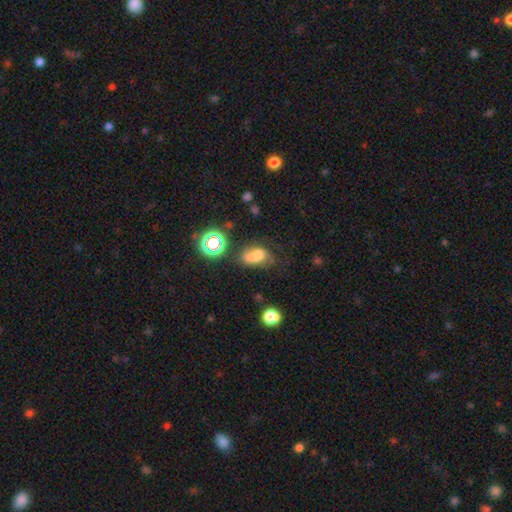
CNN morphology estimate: smooth 67%, star or artifact 18%, featured or disk 16%. Down the decision tree: how rounded — in between (80%); merging — none (40%).